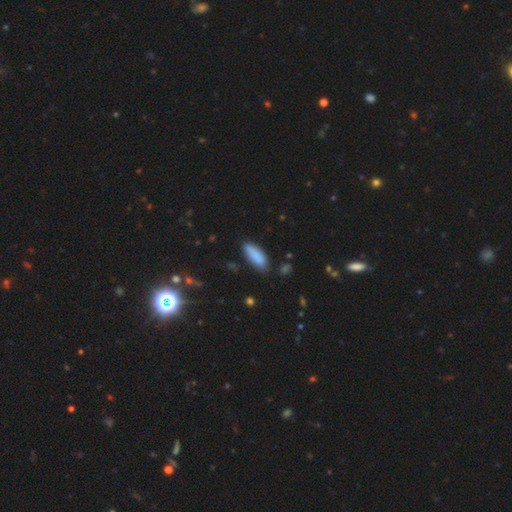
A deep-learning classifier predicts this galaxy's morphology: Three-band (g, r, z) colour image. It shows a smooth galaxy with no disk features (88%) that is in between round and cigar-shaped (68%). Merging: none (78%).